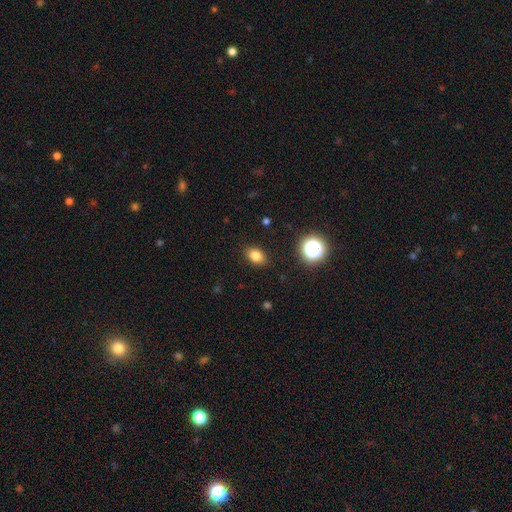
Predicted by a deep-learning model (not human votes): smooth-or-featured: smooth: 80% | star or artifact: 13% | featured or disk: 7%
  how-rounded: in between: 77% | round: 21% | cigar-shaped: 2%
  merging: none: 87% | minor disturbance: 9% | major disturbance: 3% | merger: 1%